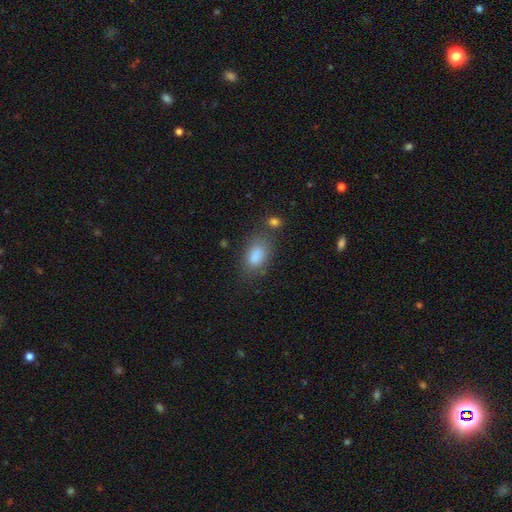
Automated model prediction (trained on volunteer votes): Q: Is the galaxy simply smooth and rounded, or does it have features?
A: smooth — 84%.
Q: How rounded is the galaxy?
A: in between — 87%.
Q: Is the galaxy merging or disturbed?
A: none — 70%.